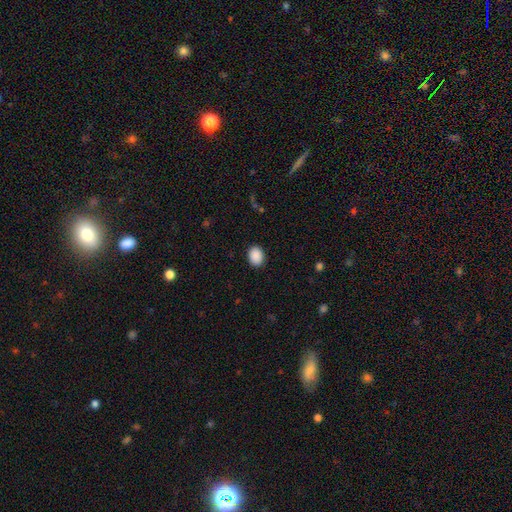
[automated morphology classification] This is clearly a smooth galaxy (90%). How rounded: likely in between (60%). Merging: clearly none (90%).